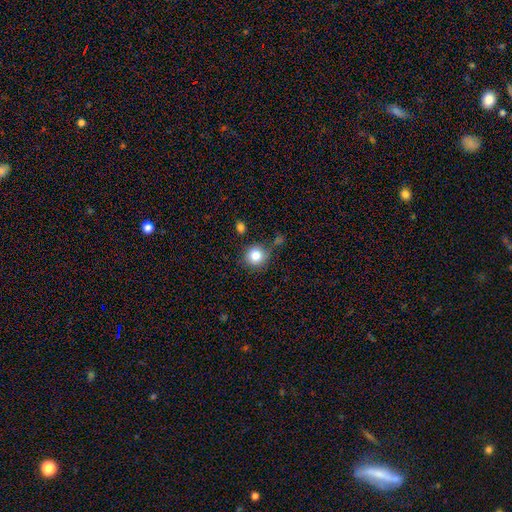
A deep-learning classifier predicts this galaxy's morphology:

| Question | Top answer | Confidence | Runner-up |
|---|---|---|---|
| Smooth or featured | smooth | 82% | star or artifact (11%) |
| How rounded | round | 92% | in between (7%) |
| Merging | none | 75% | minor disturbance (14%) |